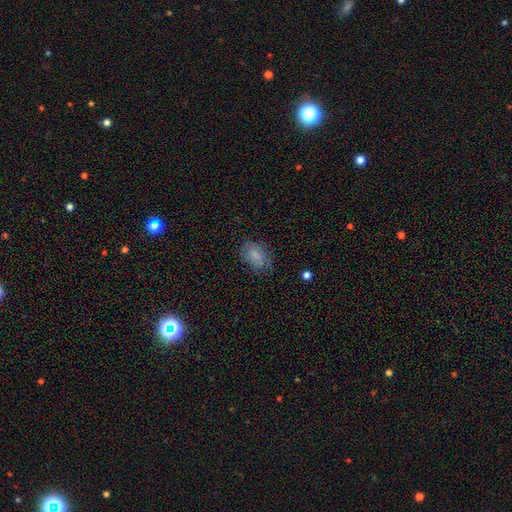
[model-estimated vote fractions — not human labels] smooth 71%, featured or disk 19%, star or artifact 10%. Down the decision tree: how rounded — in between (85%); merging — none (62%).